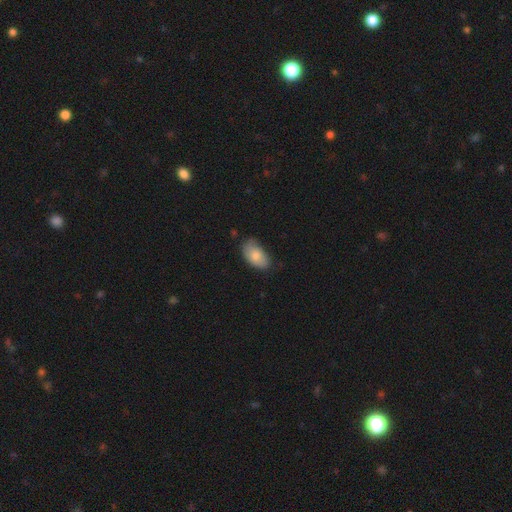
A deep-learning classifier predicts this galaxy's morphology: type=smooth (79%); roundness=in between (93%); merging=none (65%).